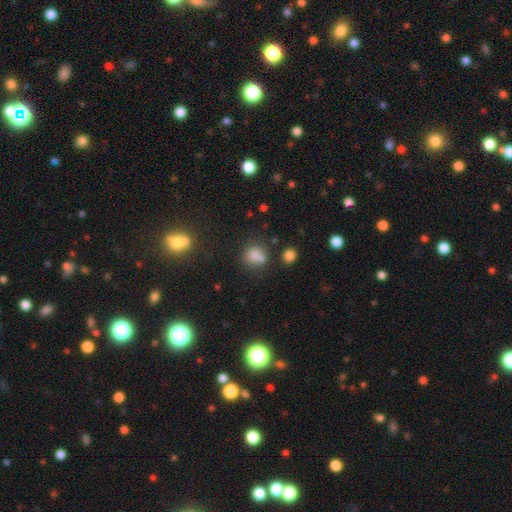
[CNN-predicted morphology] Overall: smooth (74%). How rounded: round (71%). Merging: none (52%; merger 28%).